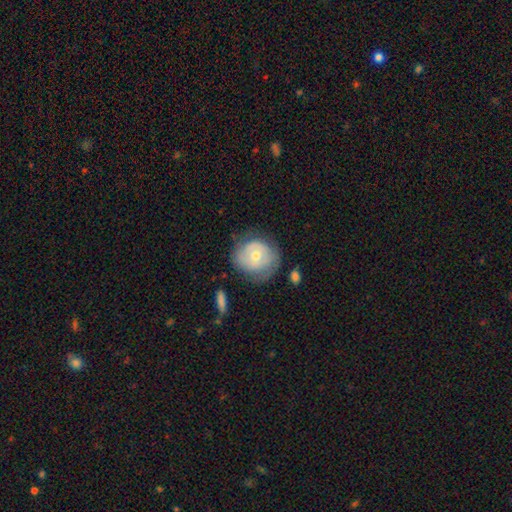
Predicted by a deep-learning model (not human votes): featured or disk 47% (tied), smooth 47% (tied), star or artifact 7%. Down the decision tree: merging — none (58%).